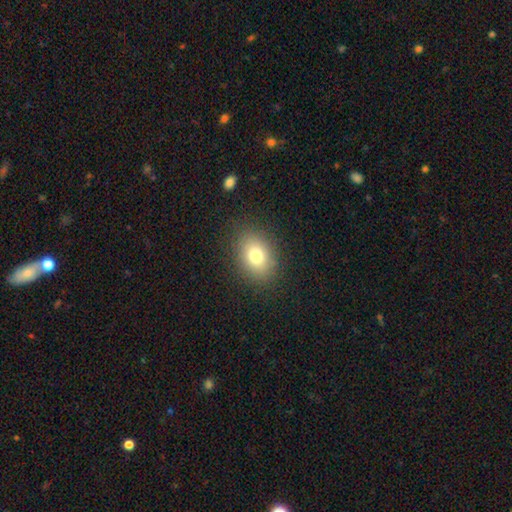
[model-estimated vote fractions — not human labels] Q: Smooth or featured?
A: smooth (78%); runner-up: featured or disk (11%)
Q: How rounded?
A: in between (70%); runner-up: round (29%)
Q: Merging?
A: none (87%); runner-up: minor disturbance (9%)